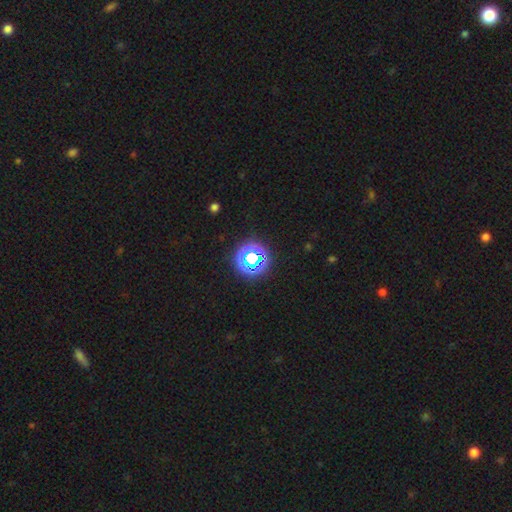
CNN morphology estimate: A star or artifact, not a galaxy (64%).

Vote fractions:
- Smooth or featured? star or artifact: 64% / smooth: 24% / featured or disk: 12%